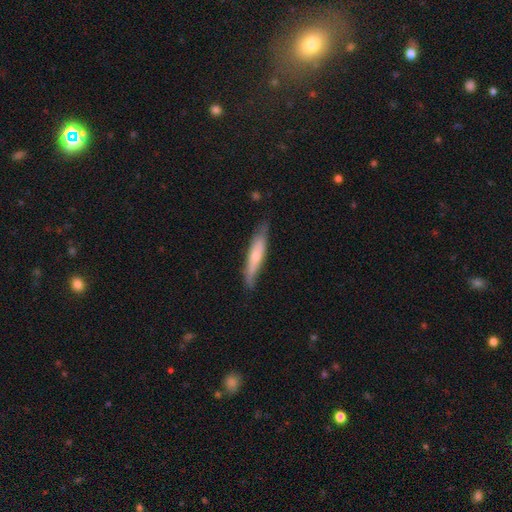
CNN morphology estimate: This is possibly a smooth galaxy (57%). How rounded: clearly cigar-shaped (86%). Merging: likely none (75%).